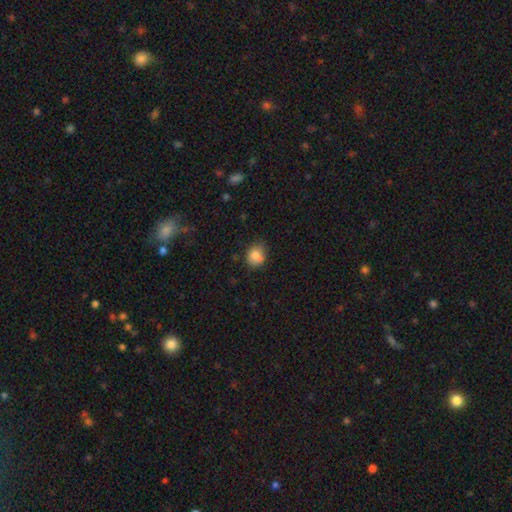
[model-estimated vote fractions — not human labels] Smooth or featured: smooth — 83% (star or artifact — 10%)
How rounded: round — 62% (in between — 37%)
Merging: none — 60% (minor disturbance — 24%)